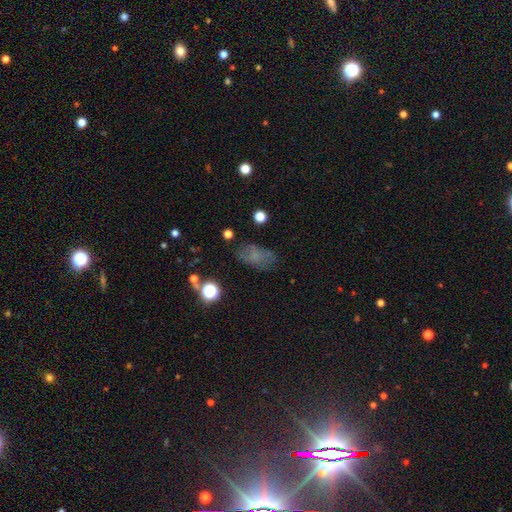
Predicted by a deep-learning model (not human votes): Smooth or featured? Predicted: smooth (p=0.54). How rounded? Predicted: in between (p=0.86). Merging? Predicted: none (p=0.65).